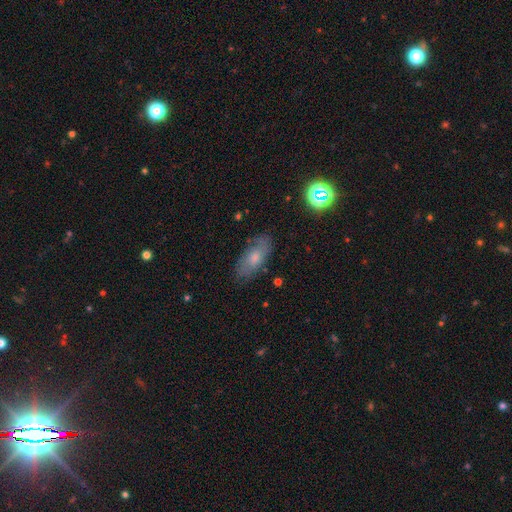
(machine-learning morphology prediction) Q: Smooth or featured?
A: smooth (48%); runner-up: featured or disk (37%)
Q: Merging?
A: none (80%); runner-up: minor disturbance (15%)